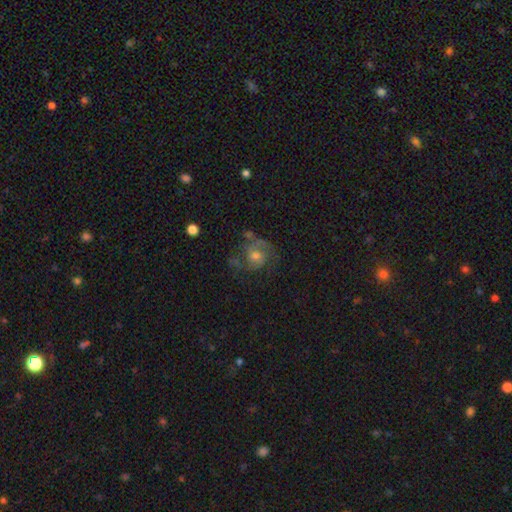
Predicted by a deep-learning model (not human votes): Smooth or featured? featured or disk (61%)
Edge-on disk? no (98%)
Bar? no (77%)
Spiral arms? yes (82%)
Bulge size? moderate (61%)
Merging? none (54%)